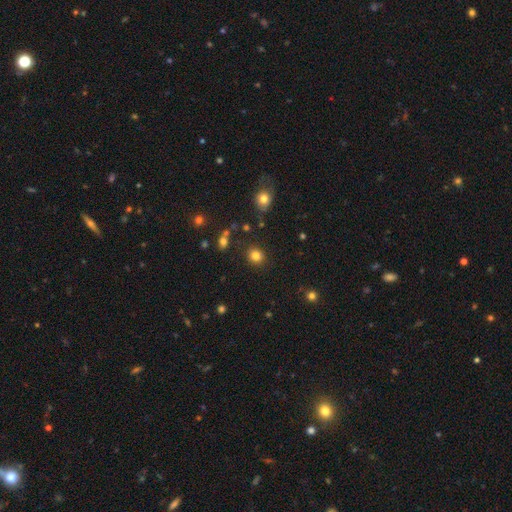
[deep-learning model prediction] Morphology: type=smooth (83%); roundness=round (76%); merging=none (87%).